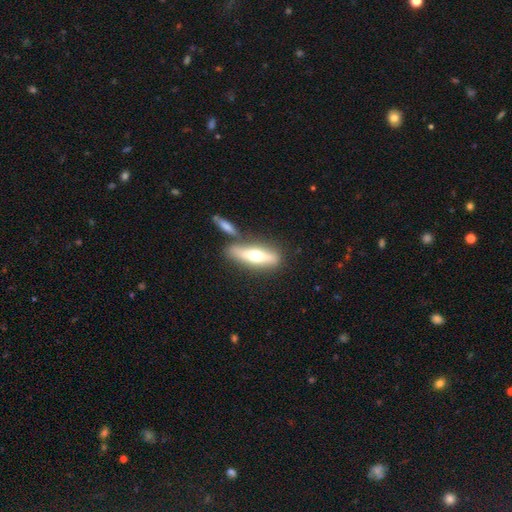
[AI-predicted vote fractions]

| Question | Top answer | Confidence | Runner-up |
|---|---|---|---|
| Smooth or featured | featured or disk | 47% | tied: smooth (47%) |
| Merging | none | 62% | merger (21%) |